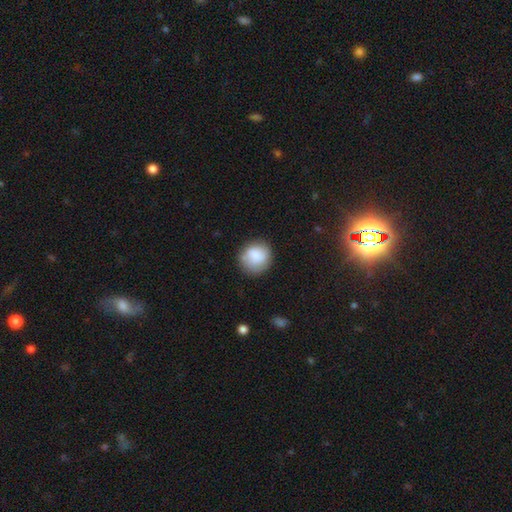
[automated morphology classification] Smooth or featured? smooth (81%)
How rounded? round (86%)
Merging? none (78%)